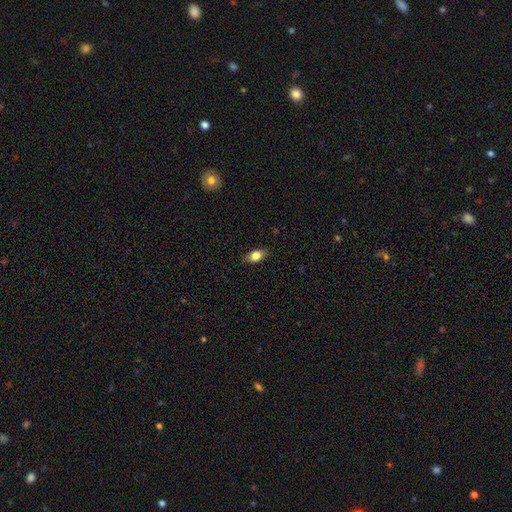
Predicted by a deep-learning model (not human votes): Smooth or featured: smooth — 79% (featured or disk — 13%)
How rounded: in between — 83% (round — 10%)
Merging: none — 84% (minor disturbance — 13%)